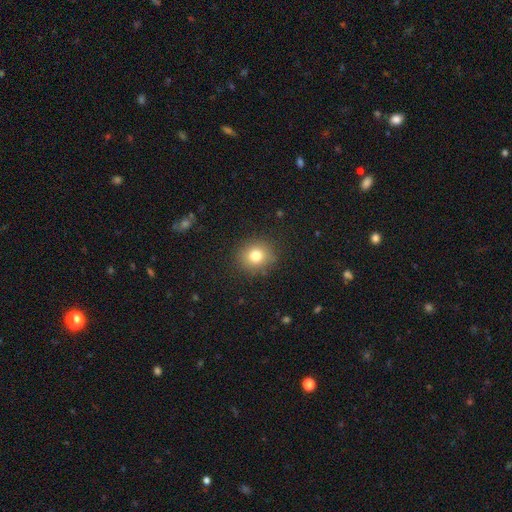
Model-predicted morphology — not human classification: Overall: smooth (79%). How rounded: round (82%). Merging: none (88%).